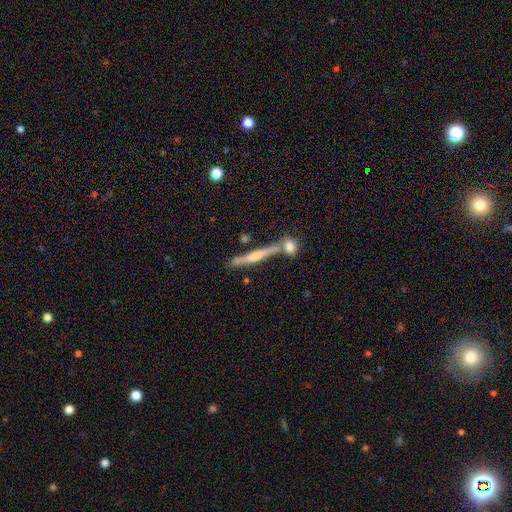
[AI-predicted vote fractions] Smooth or featured? Predicted: featured or disk (p=0.63). Edge-on disk? Predicted: yes (p=0.93). Edge-on bulge? Predicted: rounded (p=0.60). Merging? Predicted: none (p=0.68).